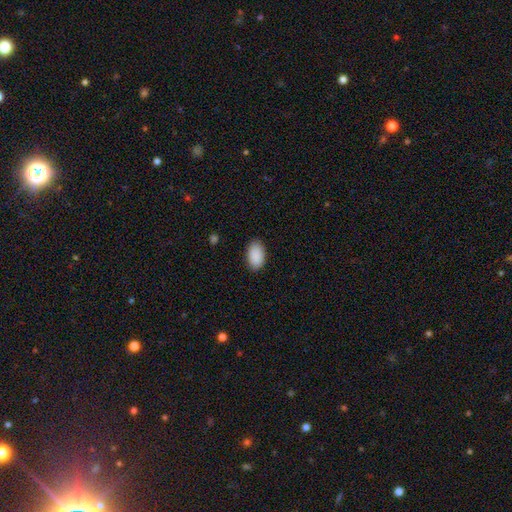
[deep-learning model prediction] Smooth or featured? smooth (91%)
How rounded? in between (94%)
Merging? none (88%)